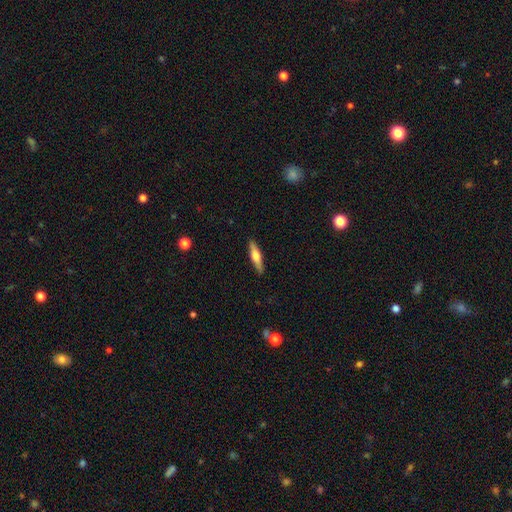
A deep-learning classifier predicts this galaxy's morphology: A smooth galaxy with no disk features (51%) that is cigar-shaped (77%). Merging: none (90%).